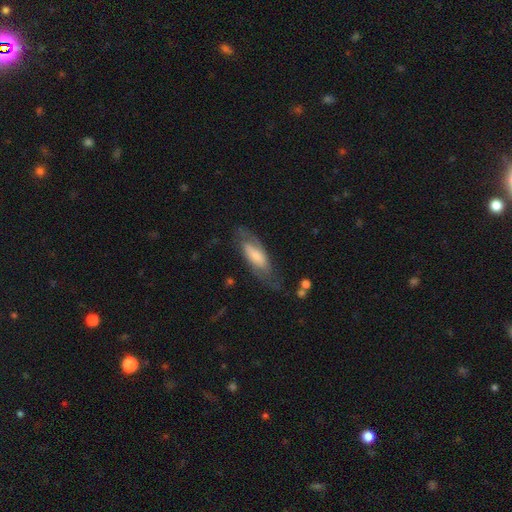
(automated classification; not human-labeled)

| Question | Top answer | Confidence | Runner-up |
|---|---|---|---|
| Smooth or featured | featured or disk | 59% | smooth (35%) |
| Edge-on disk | no | 85% | yes (15%) |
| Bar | no | 44% | weak (33%) |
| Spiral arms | yes | 80% | no (20%) |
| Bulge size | small | 54% | moderate (31%) |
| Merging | none | 62% | minor disturbance (21%) |